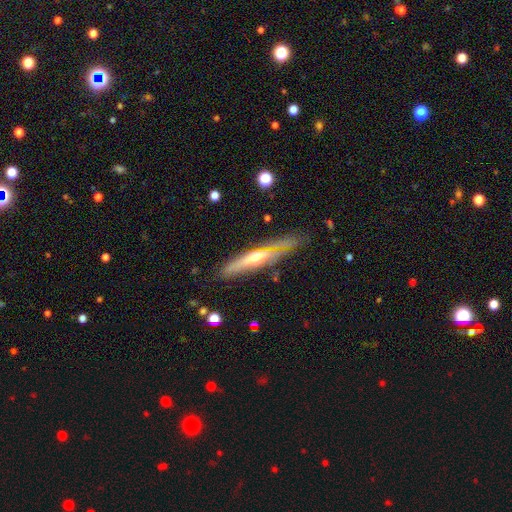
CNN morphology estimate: Smooth or featured? featured or disk (71%)
Edge-on disk? yes (90%)
Edge-on bulge? rounded (83%)
Merging? none (73%)